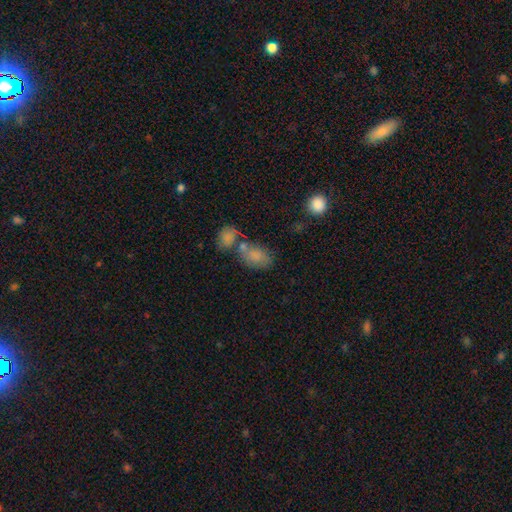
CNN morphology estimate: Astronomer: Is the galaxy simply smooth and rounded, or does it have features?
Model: smooth — 80%.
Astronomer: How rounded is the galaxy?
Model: in between — 86%.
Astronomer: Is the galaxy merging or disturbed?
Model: none — 41% (runner-up: merger, 37%).